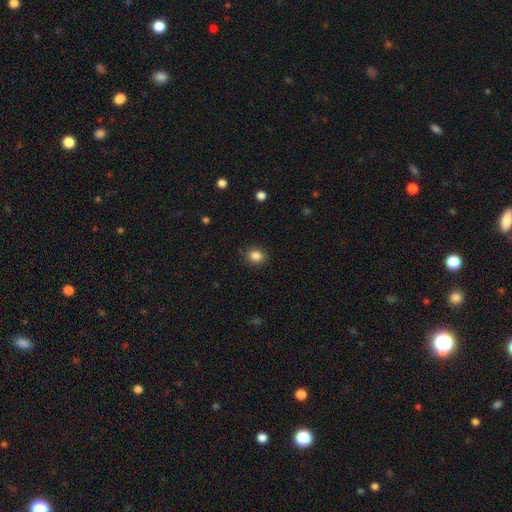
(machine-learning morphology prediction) Smooth or featured?
  - smooth: 85% *
  - star or artifact: 11%
  - featured or disk: 4%
How rounded?
  - round: 68% *
  - in between: 31%
  - cigar-shaped: 1%
Merging?
  - none: 89% *
  - minor disturbance: 8%
  - major disturbance: 2%
  - merger: 1%